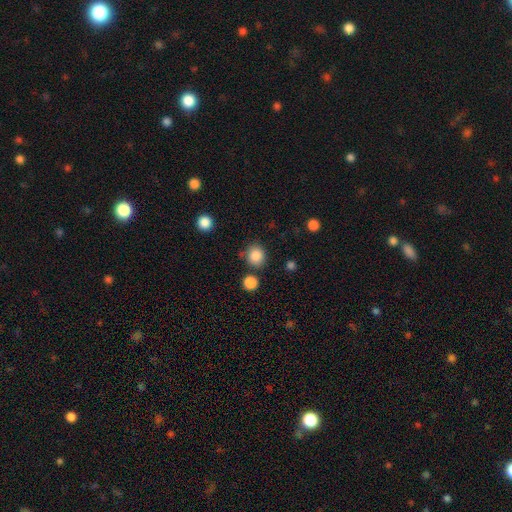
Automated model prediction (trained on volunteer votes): smooth 86%, star or artifact 10%, featured or disk 4%. Down the decision tree: how rounded — round (83%); merging — none (77%).